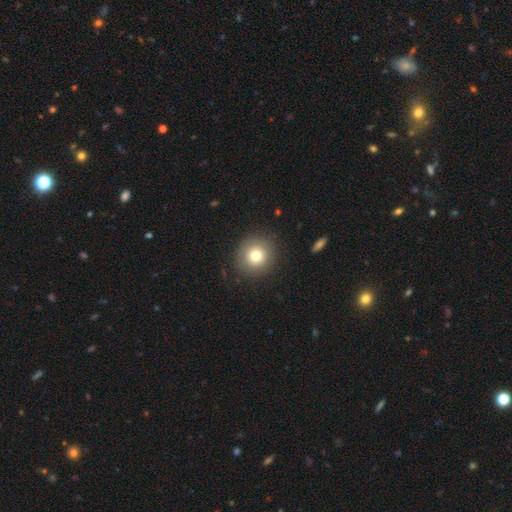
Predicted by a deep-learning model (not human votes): Smooth or featured? smooth (77%)
How rounded? round (93%)
Merging? none (89%)